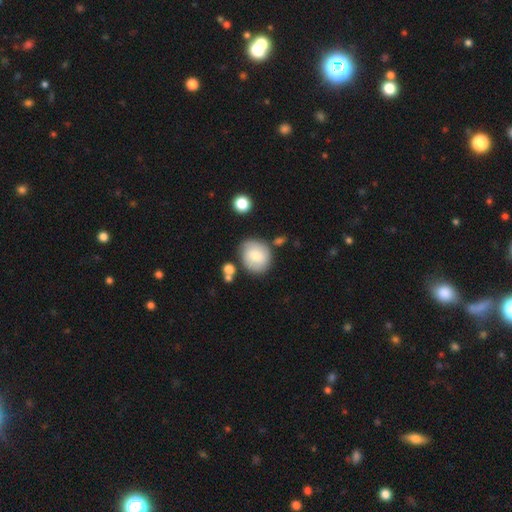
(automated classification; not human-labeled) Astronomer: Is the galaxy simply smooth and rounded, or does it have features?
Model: smooth — 68%.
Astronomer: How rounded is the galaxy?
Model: round — 77%.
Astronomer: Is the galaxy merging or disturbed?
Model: none — 70%.